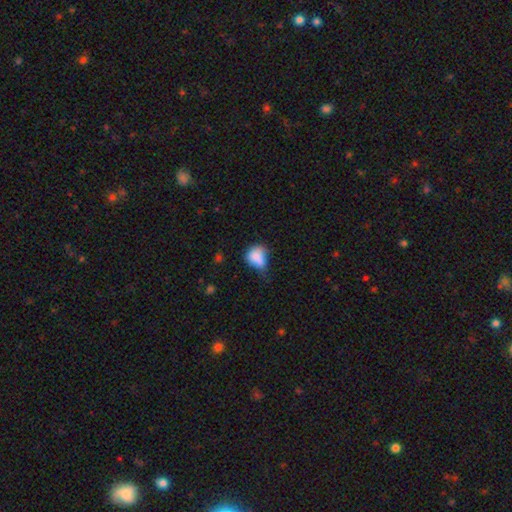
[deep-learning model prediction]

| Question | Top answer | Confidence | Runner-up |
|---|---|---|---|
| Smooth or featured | smooth | 76% | featured or disk (14%) |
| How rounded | in between | 52% | round (46%) |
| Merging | minor disturbance | 35% | none (28%) |